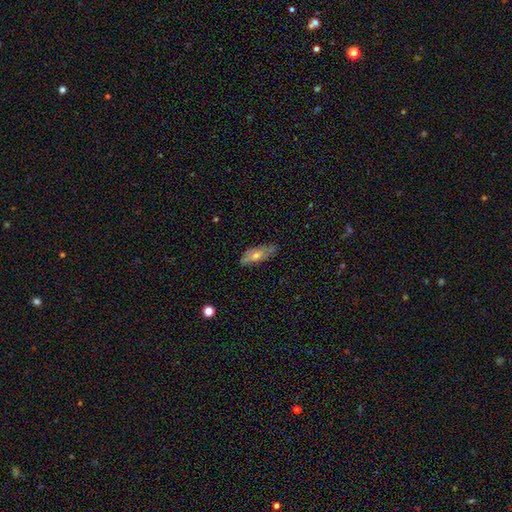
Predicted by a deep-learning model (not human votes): A featured or disk galaxy (46%). Merging: none (77%).